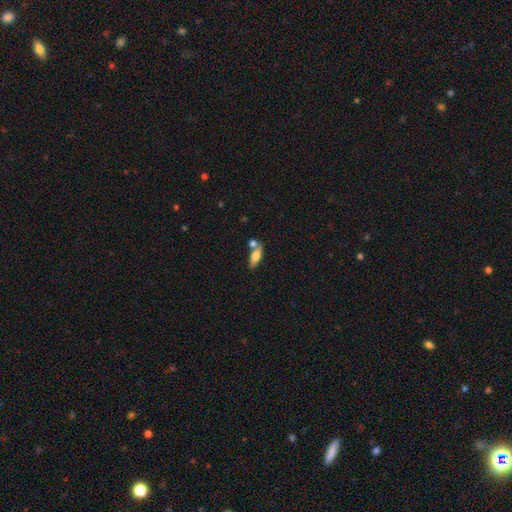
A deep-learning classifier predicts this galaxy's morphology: smooth 68%, featured or disk 25%, star or artifact 7%. Down the decision tree: how rounded — in between (67%); merging — none (57%).